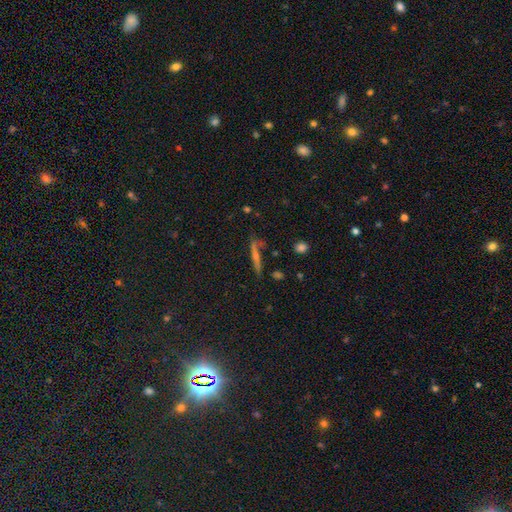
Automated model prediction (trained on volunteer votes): This is possibly a featured or disk galaxy (49%). Merging: likely none (71%).